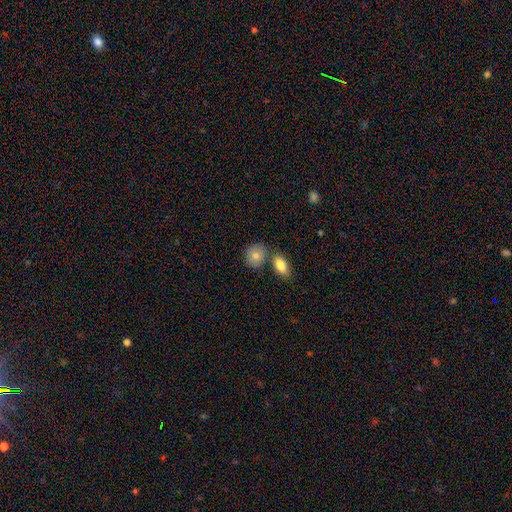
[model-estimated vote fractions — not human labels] Smooth or featured: smooth — 80% (featured or disk — 12%)
How rounded: round — 53% (in between — 45%)
Merging: none — 63% (merger — 23%)